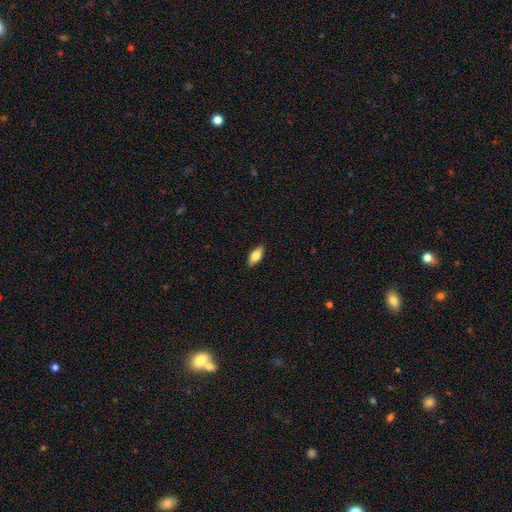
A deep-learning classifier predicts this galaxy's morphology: smooth 79%, featured or disk 14%, star or artifact 6%. Down the decision tree: how rounded — in between (87%); merging — none (88%).